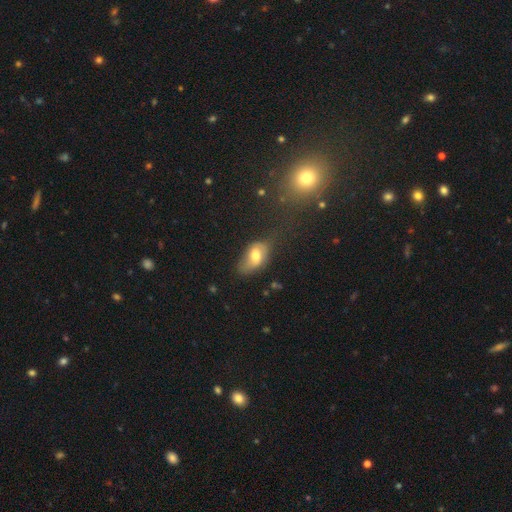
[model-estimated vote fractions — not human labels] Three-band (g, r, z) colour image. It shows a smooth galaxy with no disk features (67%) that is in between round and cigar-shaped (89%). Merging: none (48%).